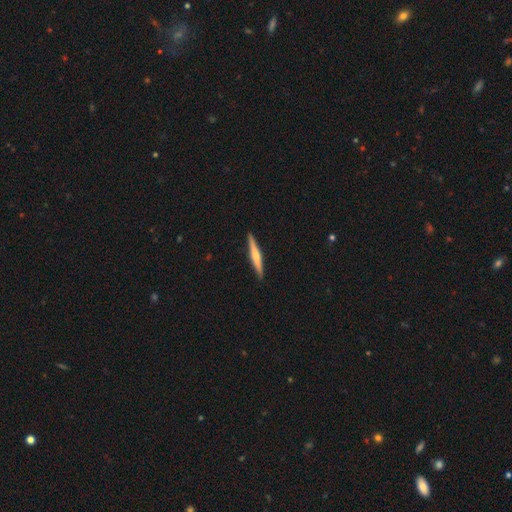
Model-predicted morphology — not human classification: Smooth or featured?
  - featured or disk: 52% *
  - smooth: 43%
  - star or artifact: 5%
Edge-on disk?
  - yes: 97% *
  - no: 3%
Edge-on bulge?
  - rounded: 62% *
  - none: 27%
  - boxy: 11%
Merging?
  - none: 92% *
  - minor disturbance: 6%
  - major disturbance: 1%
  - merger: 1%